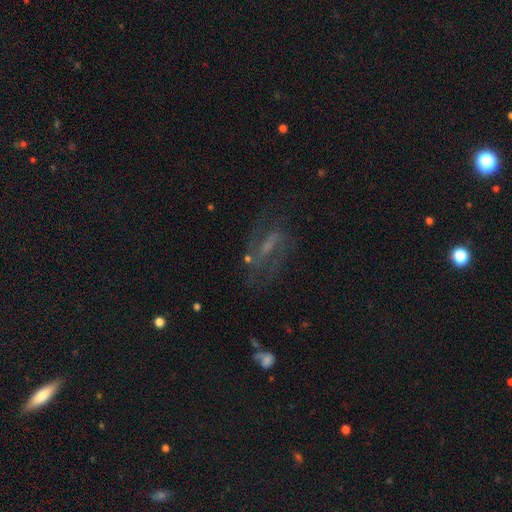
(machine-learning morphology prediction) Smooth or featured? featured or disk (65%)
Edge-on disk? no (91%)
Bar? weak (44%)
Spiral arms? yes (77%)
Bulge size? small (38%)
Merging? none (59%)